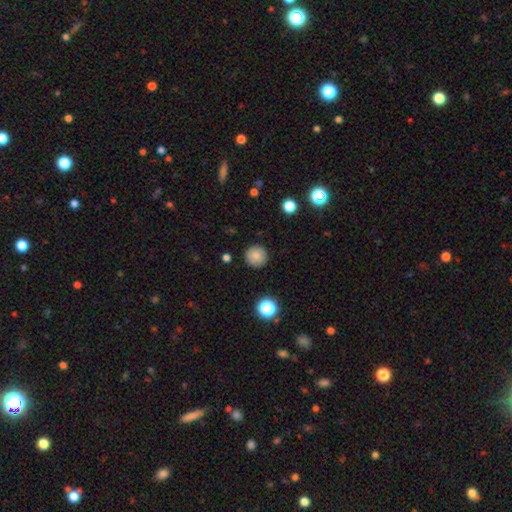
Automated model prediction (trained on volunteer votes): A smooth galaxy with no disk features (84%) that is round (96%). Merging: none (91%).